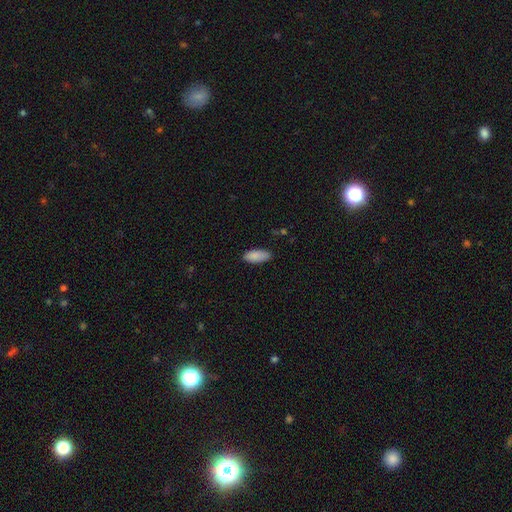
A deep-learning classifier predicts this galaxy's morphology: Smooth or featured? Predicted: smooth (p=0.89). How rounded? Predicted: in between (p=0.83). Merging? Predicted: none (p=0.85).